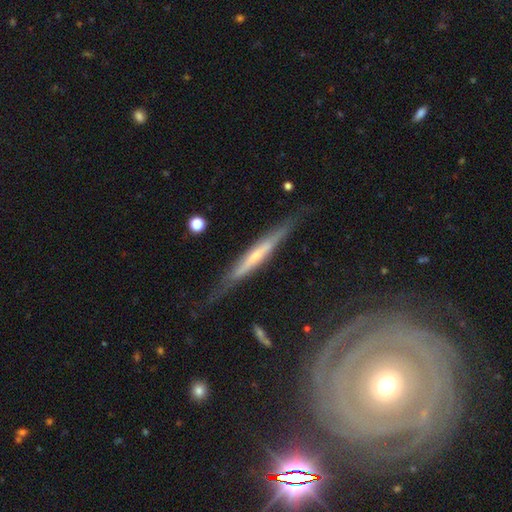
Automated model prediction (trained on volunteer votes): featured or disk 69%, smooth 24%, star or artifact 7%. Down the decision tree: edge-on disk — yes (90%); edge-on bulge — none (46%); merging — none (75%).